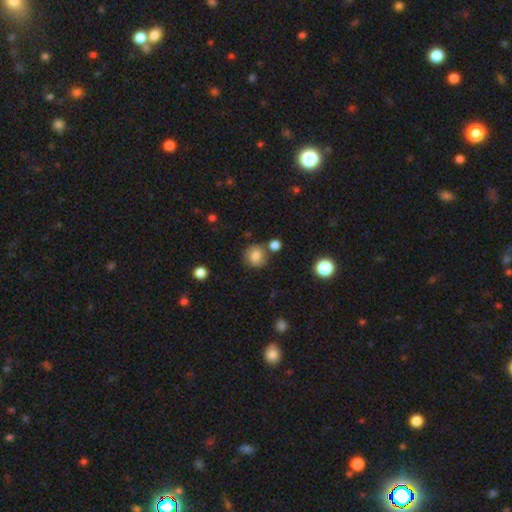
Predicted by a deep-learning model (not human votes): This appears to be a smooth galaxy with no disk features (80%) that is round (89%). Merging: none (77%).